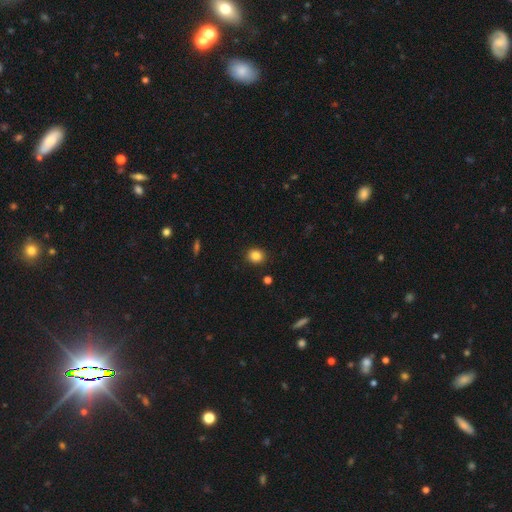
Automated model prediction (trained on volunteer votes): A smooth galaxy with no disk features (85%) that is round (72%).

Vote fractions:
- Smooth or featured? smooth: 85% / star or artifact: 11% / featured or disk: 4%
- How rounded? round: 72% / in between: 27% / cigar-shaped: 1%
- Merging? none: 89% / minor disturbance: 7% / major disturbance: 2% / merger: 1%